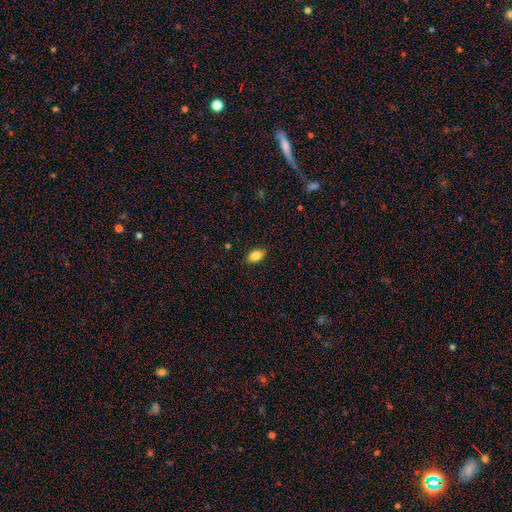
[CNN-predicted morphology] The model was most divided on "how rounded": in between: 85%, round: 13%, cigar-shaped: 2%. More confident: merging — none (88%); smooth or featured — smooth (85%).